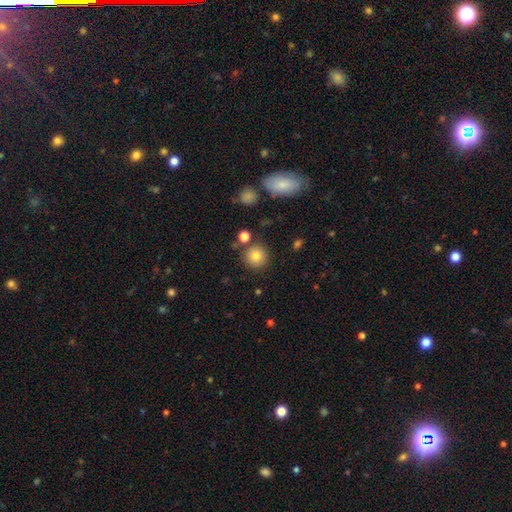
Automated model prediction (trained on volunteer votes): Smooth or featured?
  - smooth: 81% *
  - star or artifact: 11%
  - featured or disk: 8%
How rounded?
  - round: 94% *
  - in between: 5%
  - cigar-shaped: 1%
Merging?
  - none: 83% *
  - minor disturbance: 8%
  - merger: 6%
  - major disturbance: 3%